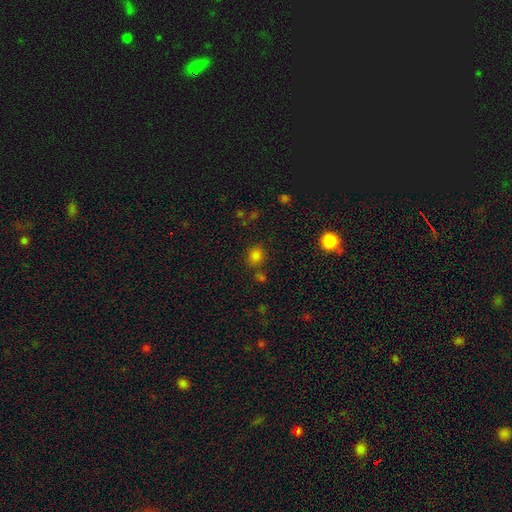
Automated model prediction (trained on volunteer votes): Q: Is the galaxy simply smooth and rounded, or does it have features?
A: smooth — 80%.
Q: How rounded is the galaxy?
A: round — 74%.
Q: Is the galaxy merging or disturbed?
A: none — 75%.